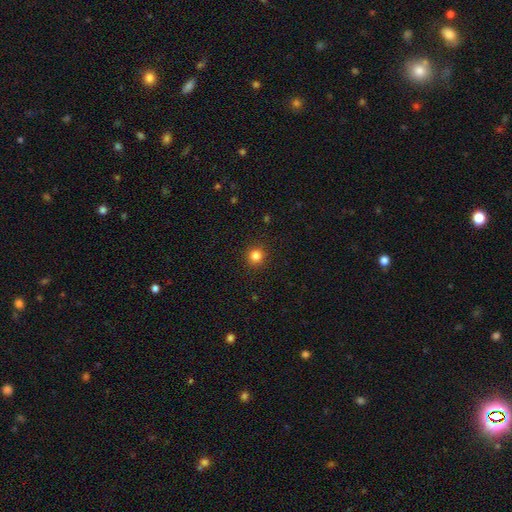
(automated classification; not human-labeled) smooth-or-featured: smooth: 83% | star or artifact: 13% | featured or disk: 4%
  how-rounded: round: 93% | in between: 6% | cigar-shaped: 1%
  merging: none: 92% | minor disturbance: 5% | major disturbance: 2% | merger: 1%